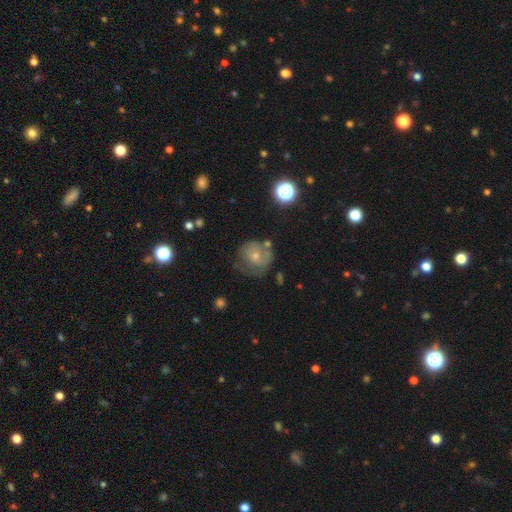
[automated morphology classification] smooth-or-featured: smooth: 49% | featured or disk: 41% | star or artifact: 10%
  merging: none: 47% | minor disturbance: 28% | major disturbance: 19% | merger: 6%